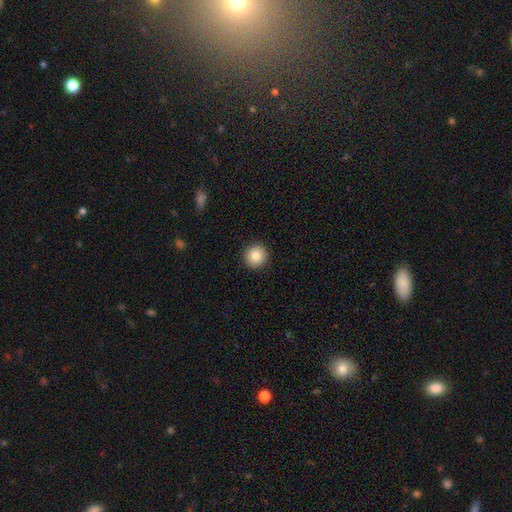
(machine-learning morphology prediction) smooth-or-featured: smooth: 87% | star or artifact: 9% | featured or disk: 5%
  how-rounded: round: 93% | in between: 6% | cigar-shaped: 1%
  merging: none: 92% | minor disturbance: 5% | major disturbance: 2% | merger: 1%